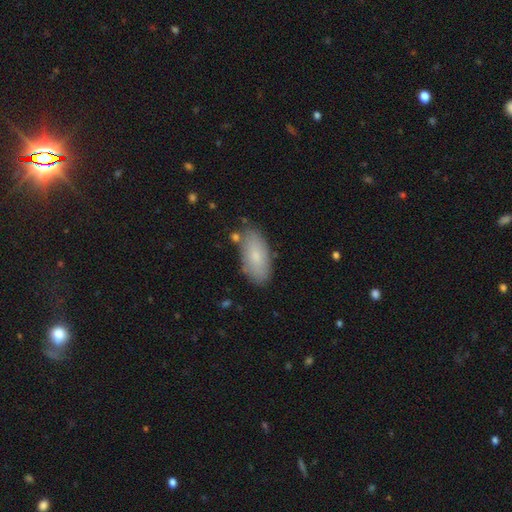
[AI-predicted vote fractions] This is likely a smooth galaxy (77%). How rounded: clearly in between (90%). Merging: likely none (79%).